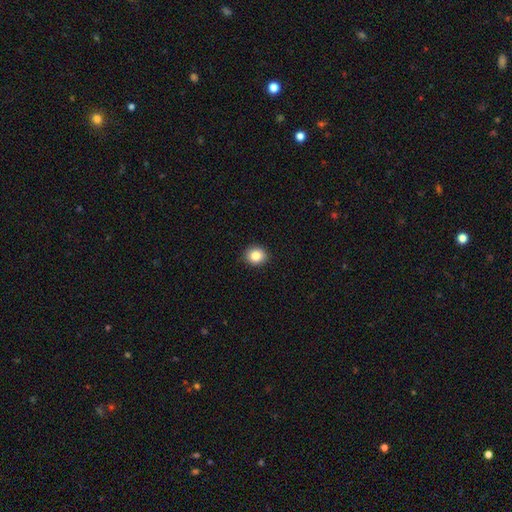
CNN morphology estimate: This appears to be a smooth galaxy with no disk features (84%) that is round (81%). Merging: none (91%).